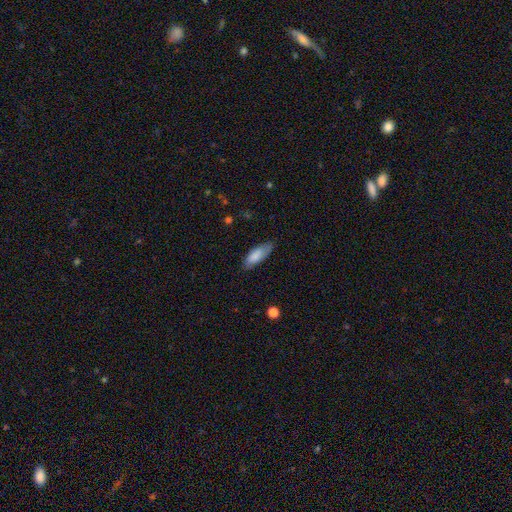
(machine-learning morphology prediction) Smooth or featured? Predicted: smooth (p=0.82). How rounded? Predicted: in between (p=0.71). Merging? Predicted: none (p=0.75).